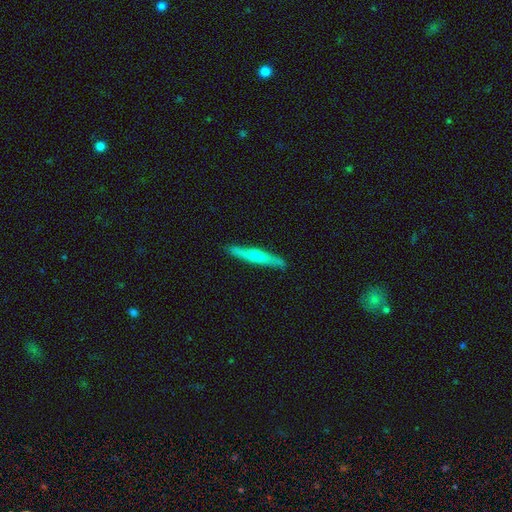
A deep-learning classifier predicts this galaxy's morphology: smooth_or_featured: smooth (p=0.47) [tied with: featured or disk p=0.47]
merging: none (p=0.88) [alt: minor disturbance p=0.09]